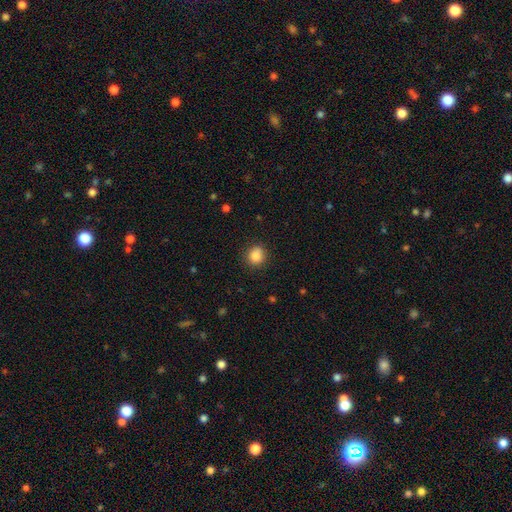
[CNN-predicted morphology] Smooth or featured: smooth — 85% (star or artifact — 10%)
How rounded: round — 82% (in between — 17%)
Merging: none — 86% (minor disturbance — 10%)